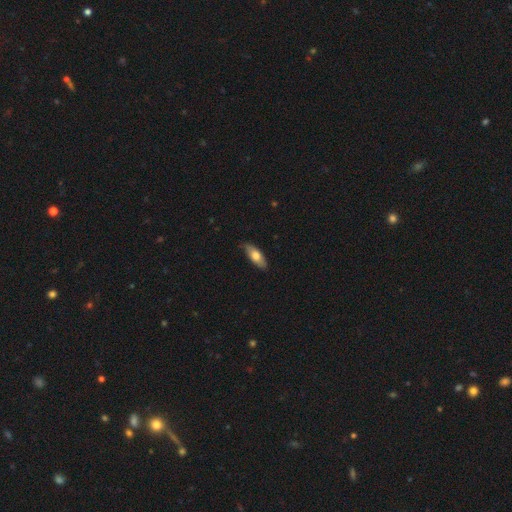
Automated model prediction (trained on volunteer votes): smooth-or-featured: smooth: 66% | featured or disk: 28% | star or artifact: 6%
  how-rounded: in between: 74% | cigar-shaped: 24% | round: 3%
  merging: none: 77% | minor disturbance: 19% | major disturbance: 3% | merger: 1%